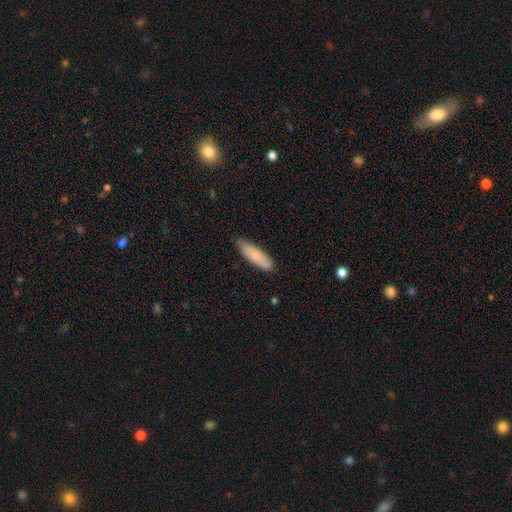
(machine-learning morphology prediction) Smooth or featured? smooth (77%)
How rounded? cigar-shaped (55%)
Merging? none (77%)